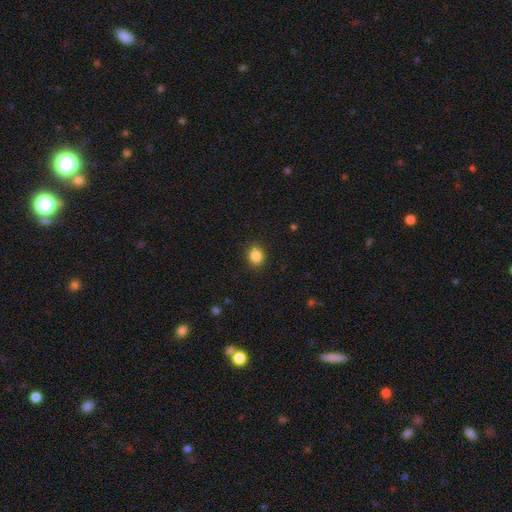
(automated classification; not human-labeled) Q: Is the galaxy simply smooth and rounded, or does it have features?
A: smooth — 86%.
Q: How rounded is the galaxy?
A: round — 65%.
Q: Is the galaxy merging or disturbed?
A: none — 90%.